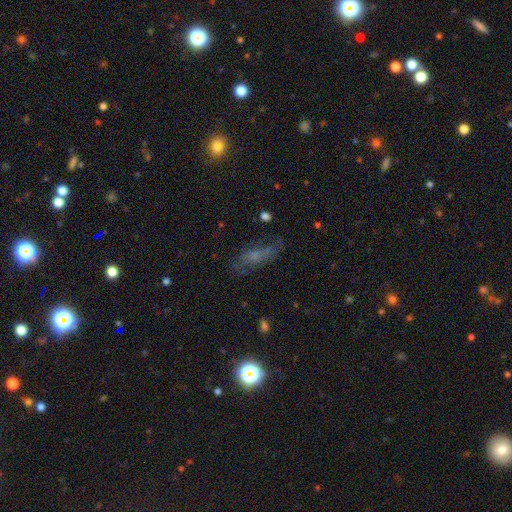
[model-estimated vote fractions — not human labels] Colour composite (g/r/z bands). It shows a featured or disk galaxy (42%). Merging: none (59%).